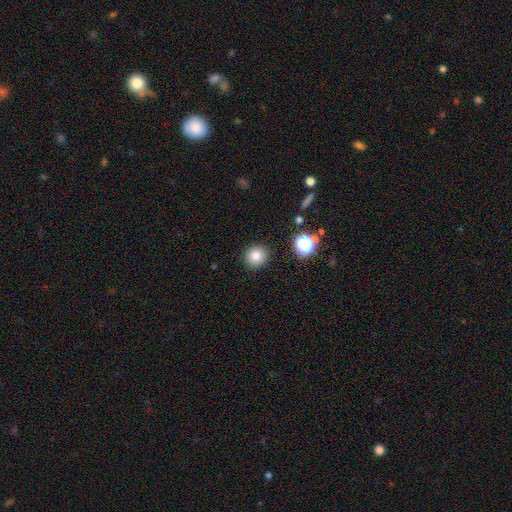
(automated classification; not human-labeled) Q: Smooth or featured?
A: smooth (81%); runner-up: star or artifact (12%)
Q: How rounded?
A: round (89%); runner-up: in between (10%)
Q: Merging?
A: none (90%); runner-up: minor disturbance (6%)